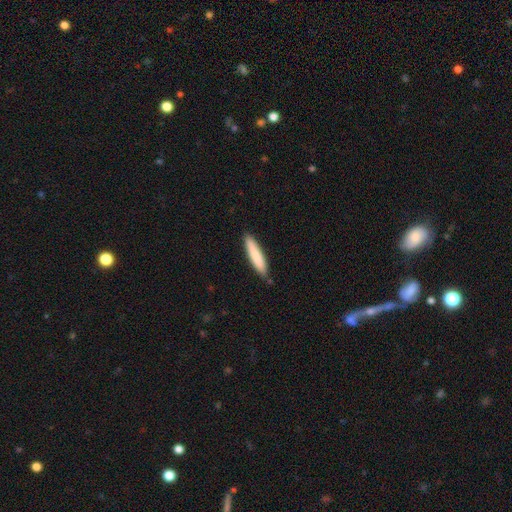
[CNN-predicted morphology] Smooth or featured?
  - smooth: 82% *
  - featured or disk: 13%
  - star or artifact: 5%
How rounded?
  - cigar-shaped: 87% *
  - in between: 12%
  - round: 1%
Merging?
  - none: 85% *
  - minor disturbance: 11%
  - merger: 2%
  - major disturbance: 2%